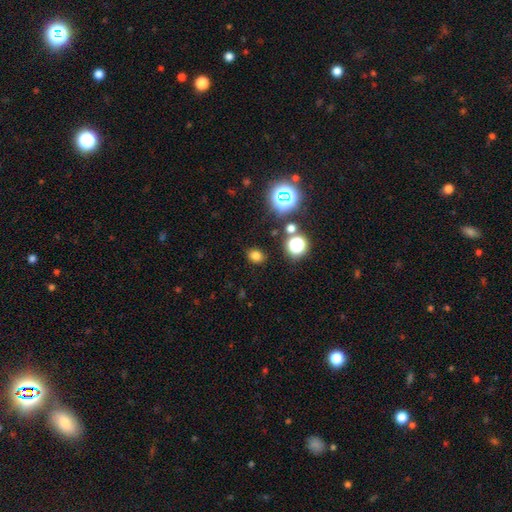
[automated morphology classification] A smooth galaxy with no disk features (75%) that is round (54%).

Vote fractions:
- Smooth or featured? smooth: 75% / star or artifact: 20% / featured or disk: 5%
- How rounded? round: 54% / in between: 45% / cigar-shaped: 1%
- Merging? none: 86% / minor disturbance: 8% / major disturbance: 3% / merger: 2%